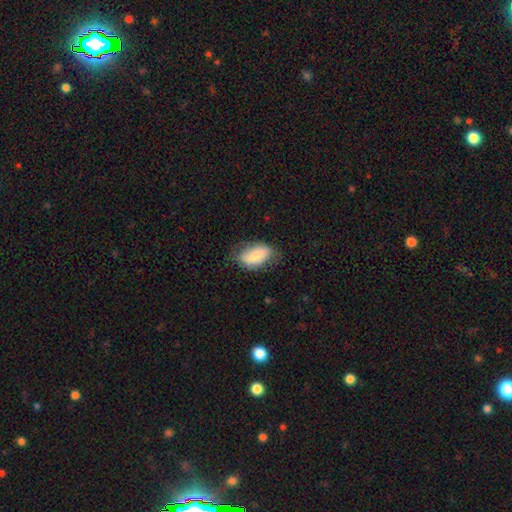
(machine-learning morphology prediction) Q: Smooth or featured?
A: smooth (70%); runner-up: featured or disk (23%)
Q: How rounded?
A: in between (92%); runner-up: round (6%)
Q: Merging?
A: none (62%); runner-up: minor disturbance (28%)